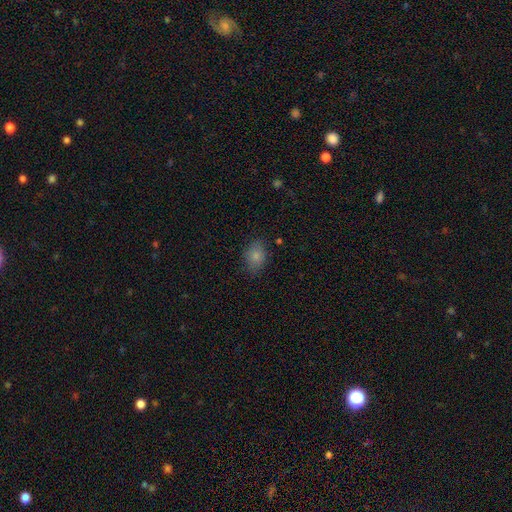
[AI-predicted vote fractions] This is clearly a smooth galaxy (84%). How rounded: likely in between (70%). Merging: likely none (80%).